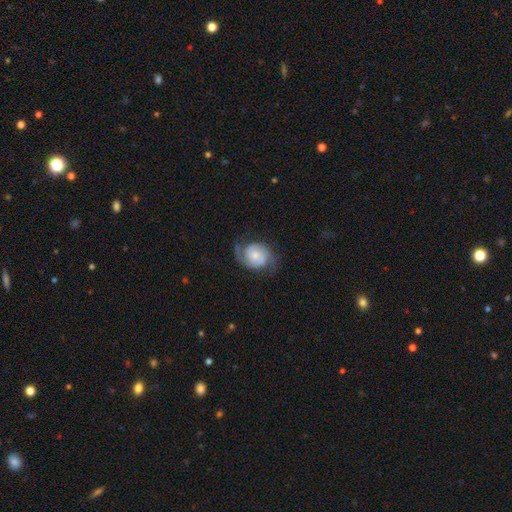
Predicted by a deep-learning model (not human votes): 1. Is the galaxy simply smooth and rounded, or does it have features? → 62% featured or disk, 30% smooth, 7% star or artifact.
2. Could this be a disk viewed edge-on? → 97% no, 3% yes.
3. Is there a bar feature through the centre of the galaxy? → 70% no, 25% weak, 5% strong.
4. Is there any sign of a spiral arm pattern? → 89% yes, 11% no.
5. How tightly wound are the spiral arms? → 42% medium, 30% loose, 28% tight.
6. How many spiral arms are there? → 79% 2, 8% can't tell, 8% 1, 2% 3, 1% 4, 1% more than 4.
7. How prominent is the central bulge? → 46% small, 37% moderate, 9% large, 6% none, 3% dominant.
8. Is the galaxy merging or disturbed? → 59% none, 23% minor disturbance, 16% major disturbance, 2% merger.